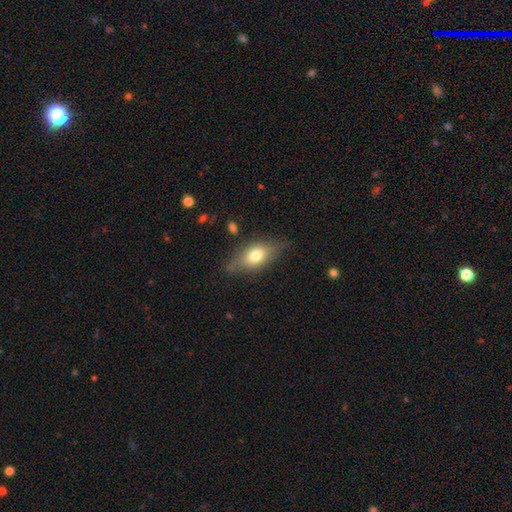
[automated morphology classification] The model was most divided on "smooth or featured": smooth: 66%, featured or disk: 27%, star or artifact: 7%. More confident: how rounded — in between (80%); merging — none (71%).